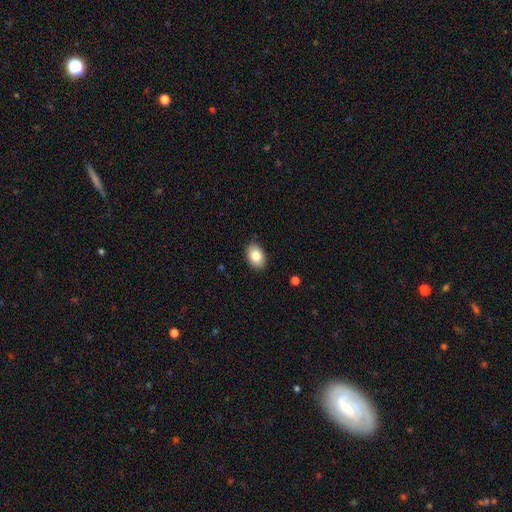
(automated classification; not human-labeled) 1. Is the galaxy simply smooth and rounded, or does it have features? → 83% smooth, 9% featured or disk, 7% star or artifact.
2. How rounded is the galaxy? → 85% in between, 14% round, 1% cigar-shaped.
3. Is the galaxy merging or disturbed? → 86% none, 11% minor disturbance, 2% major disturbance, 1% merger.